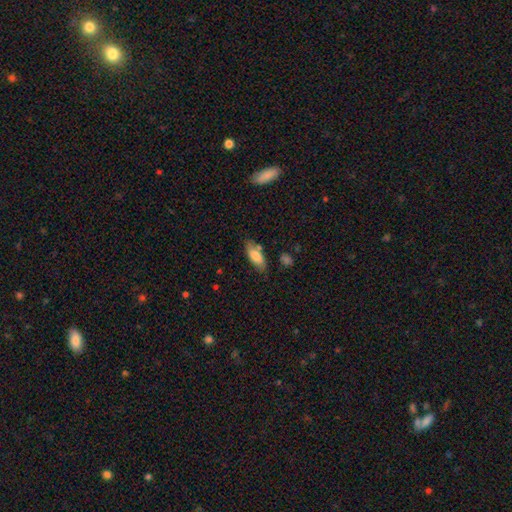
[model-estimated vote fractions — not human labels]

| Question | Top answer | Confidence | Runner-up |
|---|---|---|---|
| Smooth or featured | smooth | 77% | featured or disk (16%) |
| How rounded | in between | 78% | cigar-shaped (20%) |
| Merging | none | 69% | minor disturbance (20%) |